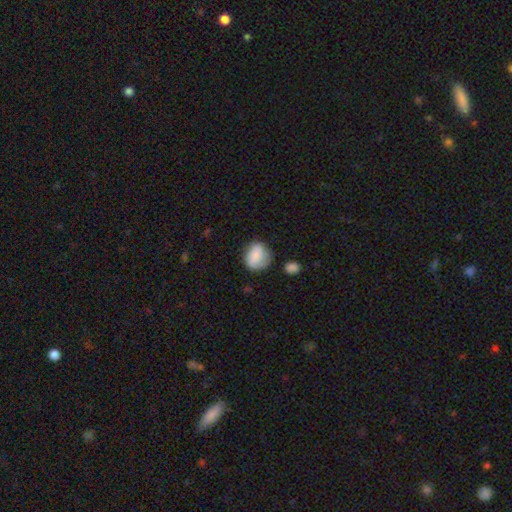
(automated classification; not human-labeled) A smooth galaxy with no disk features (76%) that is round (62%). Merging: none (58%).